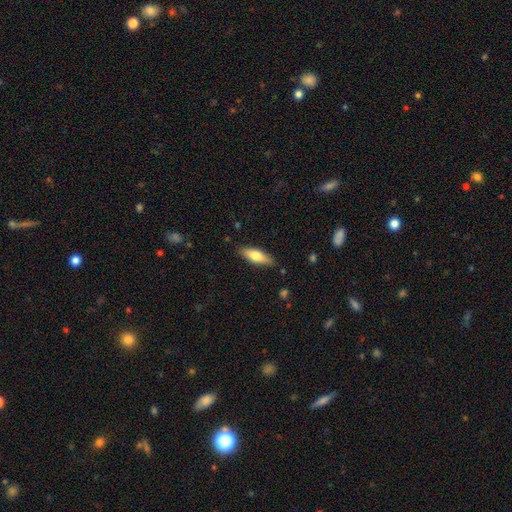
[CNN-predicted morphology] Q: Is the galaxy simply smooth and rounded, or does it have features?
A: smooth — 71%.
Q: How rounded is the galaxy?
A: in between — 56%.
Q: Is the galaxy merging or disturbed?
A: none — 86%.